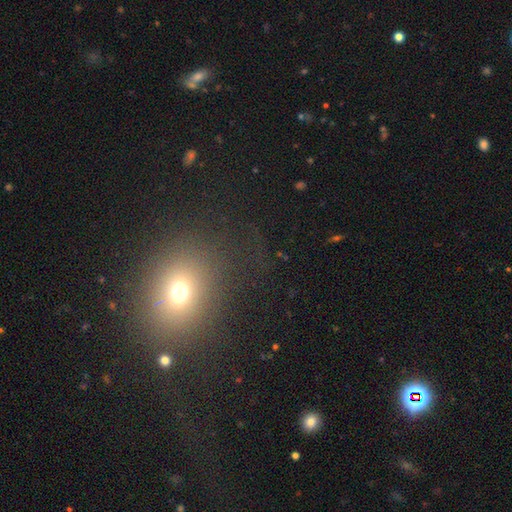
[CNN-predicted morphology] Smooth or featured? Predicted: smooth (p=0.58). How rounded? Predicted: round (p=0.56). Merging? Predicted: none (p=0.81).